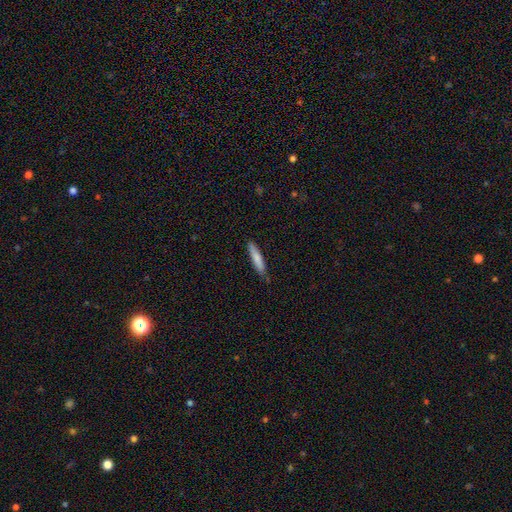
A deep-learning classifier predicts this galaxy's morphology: This is likely a smooth galaxy (74%). How rounded: clearly cigar-shaped (91%). Merging: clearly none (85%).